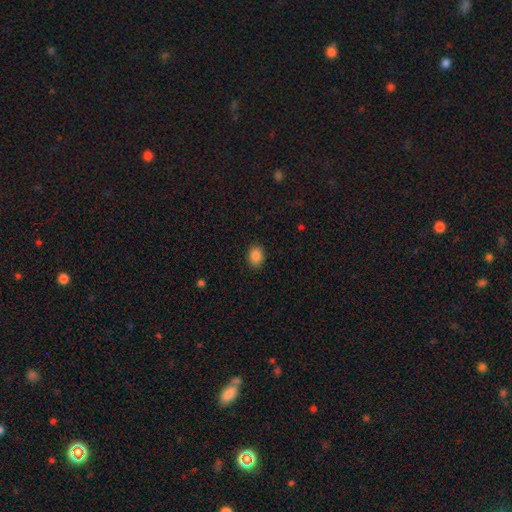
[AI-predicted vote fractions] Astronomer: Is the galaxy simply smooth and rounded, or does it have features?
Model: smooth — 87%.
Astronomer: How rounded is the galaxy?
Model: in between — 69%.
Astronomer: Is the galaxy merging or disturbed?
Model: none — 89%.